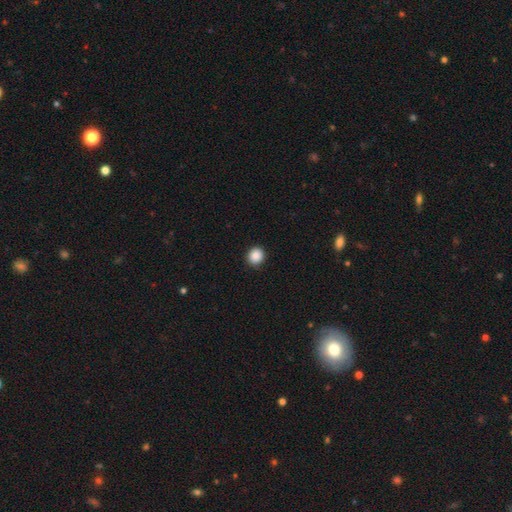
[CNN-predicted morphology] Smooth or featured?
  - smooth: 88% *
  - star or artifact: 9%
  - featured or disk: 3%
How rounded?
  - round: 88% *
  - in between: 12%
  - cigar-shaped: 1%
Merging?
  - none: 91% *
  - minor disturbance: 7%
  - major disturbance: 2%
  - merger: 1%